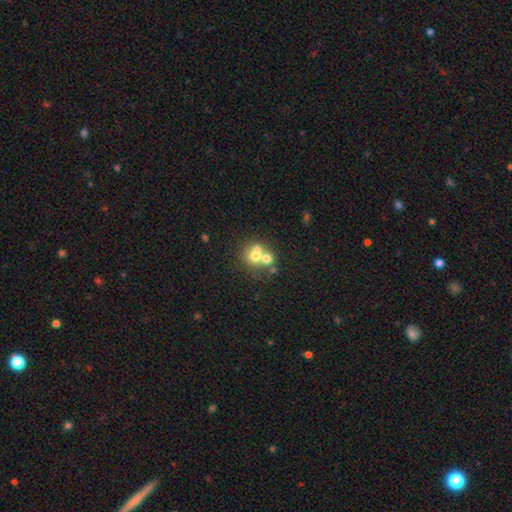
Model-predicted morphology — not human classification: A smooth galaxy with no disk features (61%) that is round (79%). Merging: merger (59%).